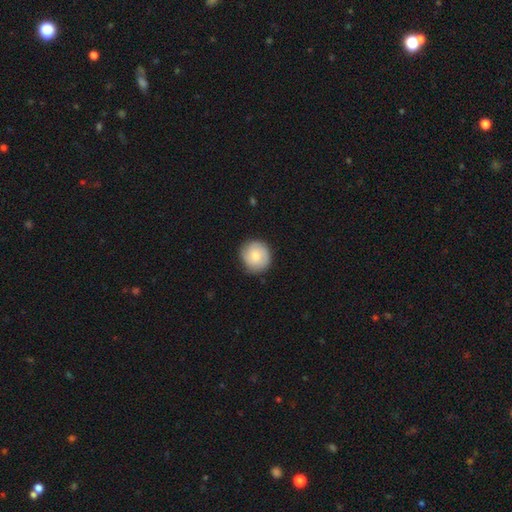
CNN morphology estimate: Smooth or featured? smooth (69%)
How rounded? round (92%)
Merging? none (85%)